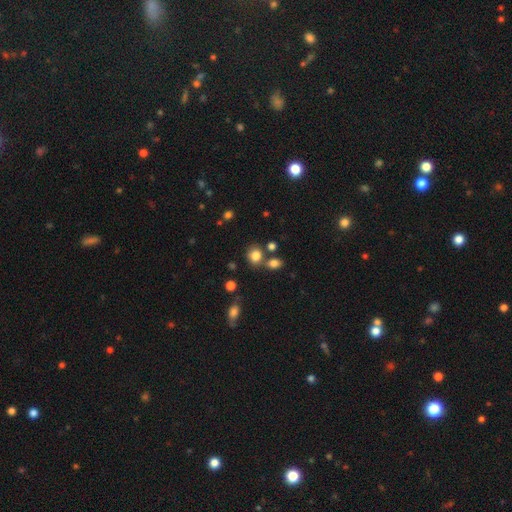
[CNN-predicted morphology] Smooth or featured? Predicted: smooth (p=0.81). How rounded? Predicted: round (p=0.73). Merging? Predicted: none (p=0.67).